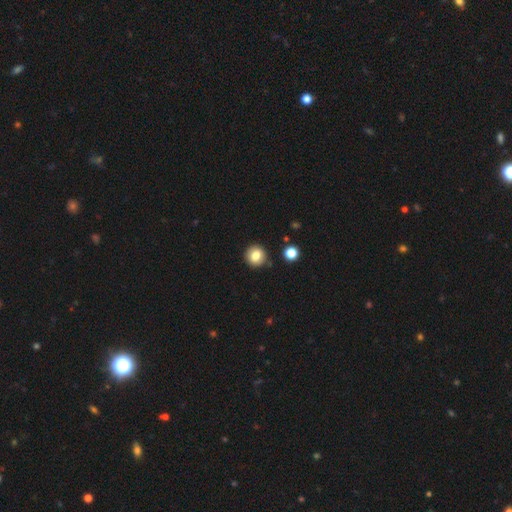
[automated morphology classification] A smooth galaxy with no disk features (81%) that is round (92%).

Vote fractions:
- Smooth or featured? smooth: 81% / star or artifact: 10% / featured or disk: 9%
- How rounded? round: 92% / in between: 7% / cigar-shaped: 1%
- Merging? none: 88% / minor disturbance: 7% / merger: 3% / major disturbance: 2%